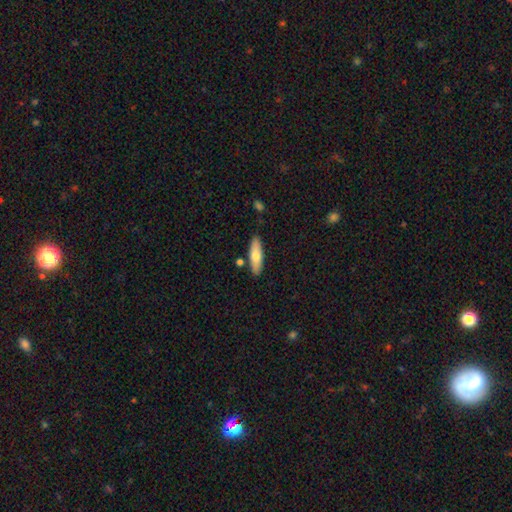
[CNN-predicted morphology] Smooth or featured: smooth — 71% (featured or disk — 24%)
How rounded: cigar-shaped — 53% (in between — 45%)
Merging: none — 84% (minor disturbance — 10%)